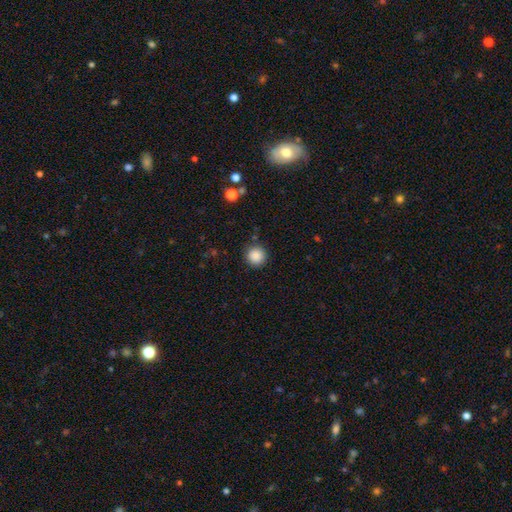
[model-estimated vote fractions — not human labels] This appears to be a smooth galaxy with no disk features (87%) that is round (95%). Merging: none (89%).